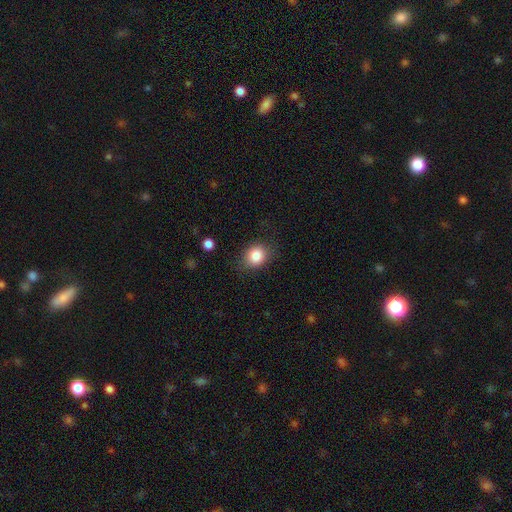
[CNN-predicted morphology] smooth 84%, star or artifact 10%, featured or disk 7%. Down the decision tree: how rounded — round (61%); merging — none (80%).